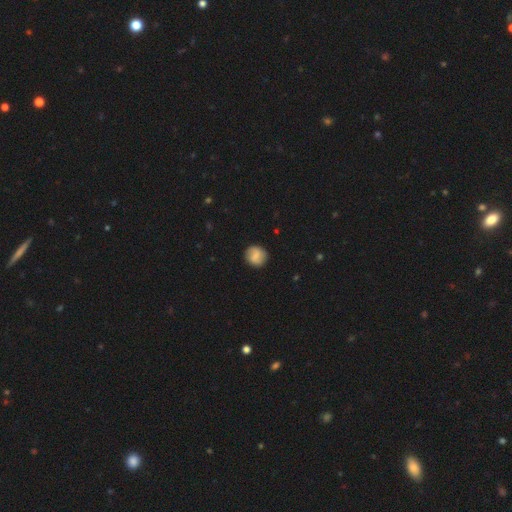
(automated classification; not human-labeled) smooth-or-featured: smooth: 66% | featured or disk: 26% | star or artifact: 8%
  how-rounded: round: 86% | in between: 13% | cigar-shaped: 1%
  merging: none: 86% | minor disturbance: 10% | major disturbance: 3% | merger: 1%